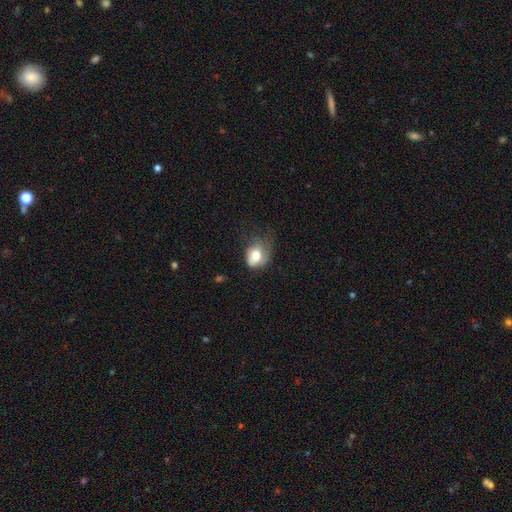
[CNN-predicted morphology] Smooth or featured: smooth — 67% (featured or disk — 24%)
How rounded: in between — 57% (round — 42%)
Merging: minor disturbance — 35% (major disturbance — 32%)